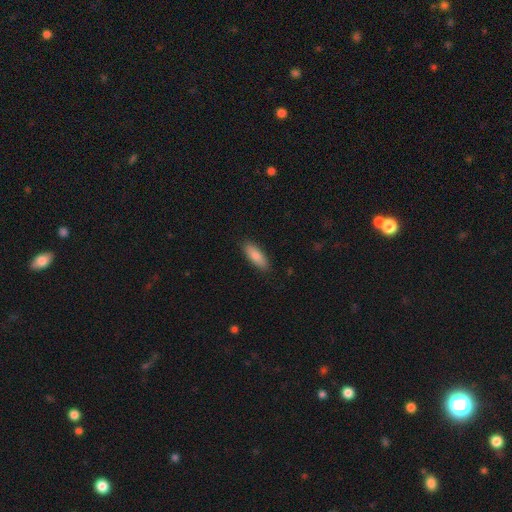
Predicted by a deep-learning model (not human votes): Smooth or featured: smooth — 83% (featured or disk — 11%)
How rounded: in between — 64% (cigar-shaped — 34%)
Merging: none — 88% (minor disturbance — 9%)